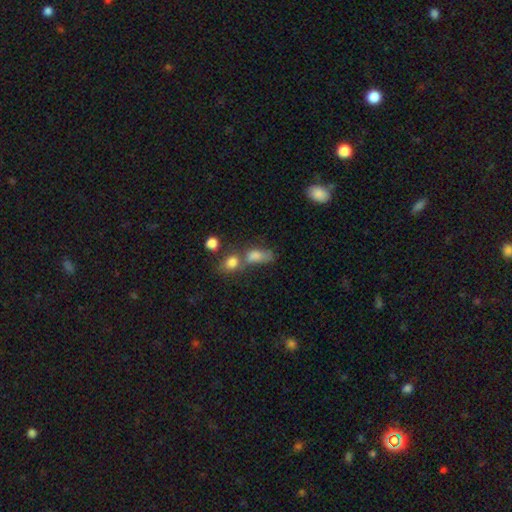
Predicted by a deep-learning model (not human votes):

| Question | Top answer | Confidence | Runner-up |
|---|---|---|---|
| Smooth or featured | smooth | 75% | featured or disk (13%) |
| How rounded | in between | 72% | round (19%) |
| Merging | merger | 50% | none (26%) |